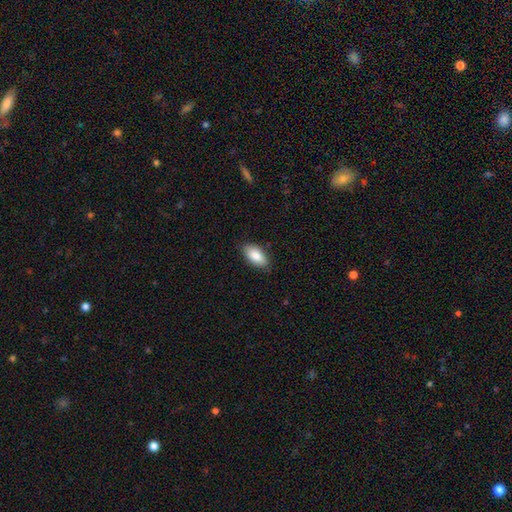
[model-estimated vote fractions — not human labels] This is clearly a smooth galaxy (87%). How rounded: clearly in between (92%). Merging: clearly none (85%).